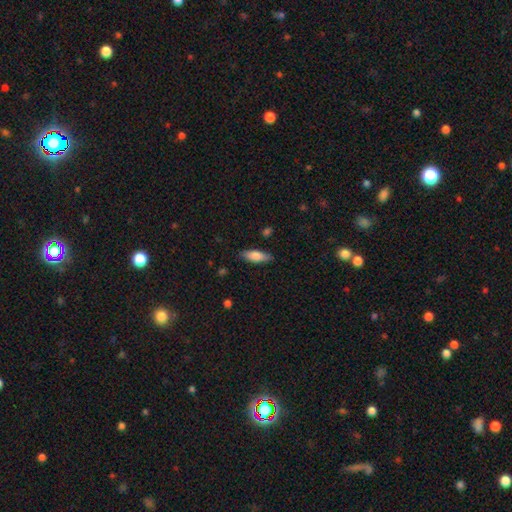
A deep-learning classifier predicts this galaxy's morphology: A smooth galaxy with no disk features (75%) that is in between round and cigar-shaped (60%). Merging: none (85%).